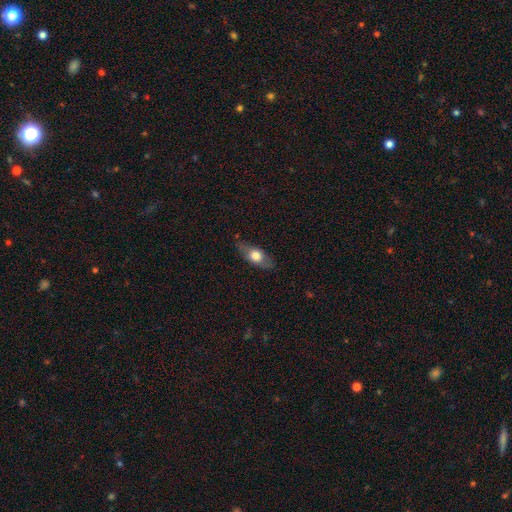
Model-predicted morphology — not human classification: smooth 55%, featured or disk 38%, star or artifact 7%. Down the decision tree: how rounded — in between (71%); merging — none (77%).